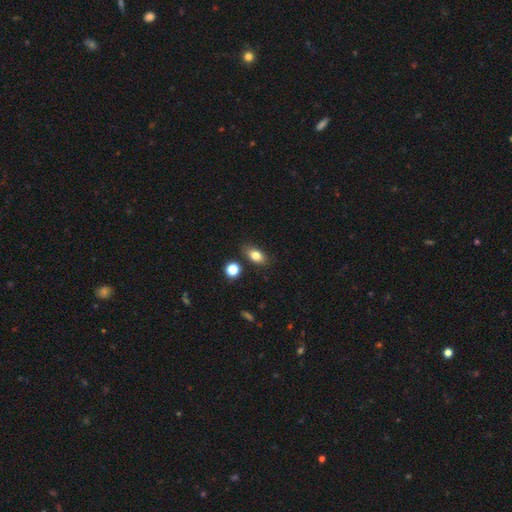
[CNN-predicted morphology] Smooth or featured? Predicted: smooth (p=0.80). How rounded? Predicted: in between (p=0.83). Merging? Predicted: none (p=0.81).